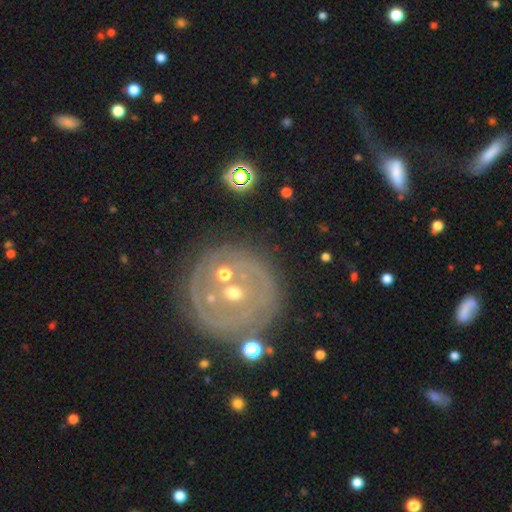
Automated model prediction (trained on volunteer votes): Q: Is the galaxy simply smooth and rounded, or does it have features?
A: featured or disk — 70%.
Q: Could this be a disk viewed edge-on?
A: no — 96%.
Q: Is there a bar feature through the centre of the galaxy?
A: no — 70%.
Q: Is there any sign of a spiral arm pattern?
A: yes — 62%.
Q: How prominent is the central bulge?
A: small — 61%.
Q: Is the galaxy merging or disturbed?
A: none — 73%.